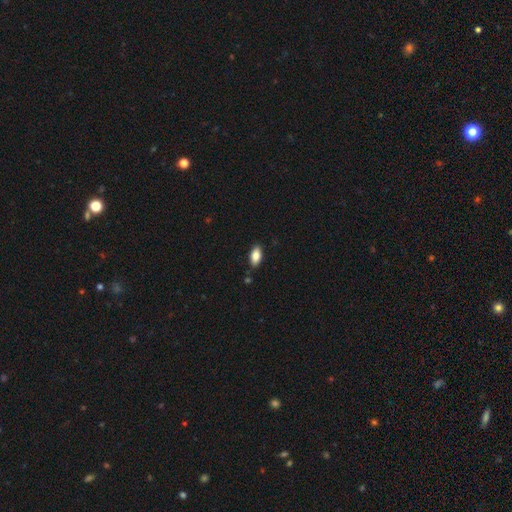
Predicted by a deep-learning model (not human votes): A smooth galaxy with no disk features (84%) that is in between round and cigar-shaped (91%).

Vote fractions:
- Smooth or featured? smooth: 84% / featured or disk: 9% / star or artifact: 7%
- How rounded? in between: 91% / cigar-shaped: 5% / round: 4%
- Merging? none: 84% / minor disturbance: 12% / merger: 2% / major disturbance: 2%